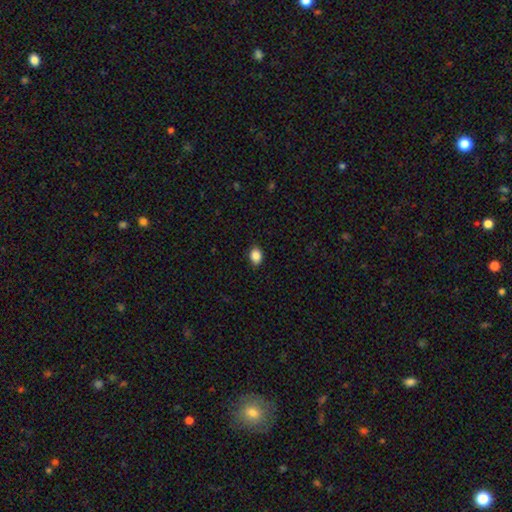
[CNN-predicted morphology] Smooth or featured: smooth — 87% (star or artifact — 9%)
How rounded: in between — 69% (round — 30%)
Merging: none — 87% (minor disturbance — 10%)